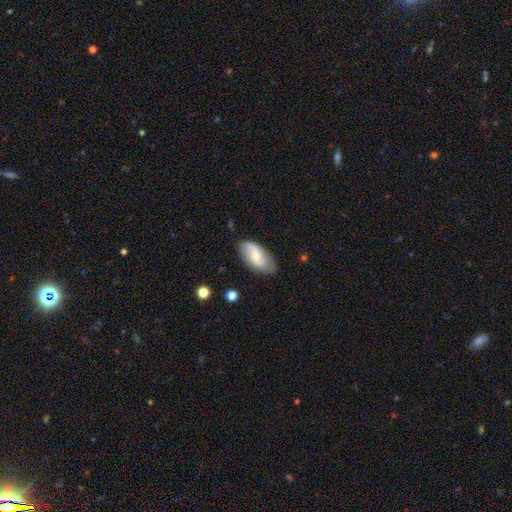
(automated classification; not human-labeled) Smooth or featured? featured or disk (53%)
Edge-on disk? no (93%)
Merging? none (79%)